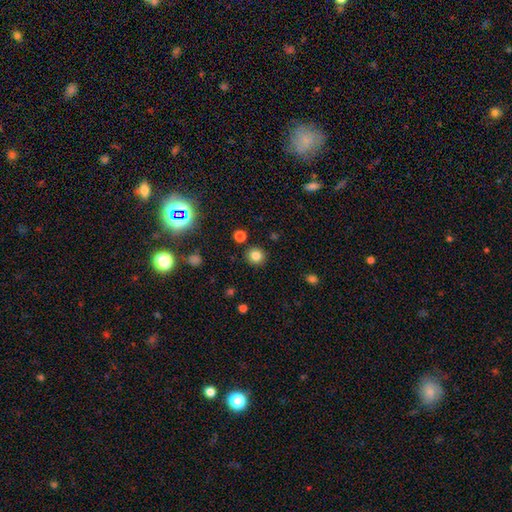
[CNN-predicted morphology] Smooth or featured?
  - smooth: 82% *
  - star or artifact: 13%
  - featured or disk: 5%
How rounded?
  - round: 92% *
  - in between: 7%
  - cigar-shaped: 1%
Merging?
  - none: 89% *
  - minor disturbance: 6%
  - merger: 3%
  - major disturbance: 2%